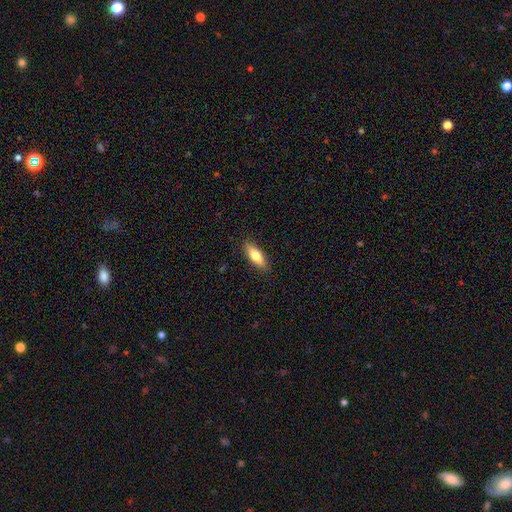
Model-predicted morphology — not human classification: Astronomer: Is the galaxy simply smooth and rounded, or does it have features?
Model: smooth — 75%.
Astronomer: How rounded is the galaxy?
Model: in between — 66%.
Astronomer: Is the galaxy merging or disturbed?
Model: none — 88%.